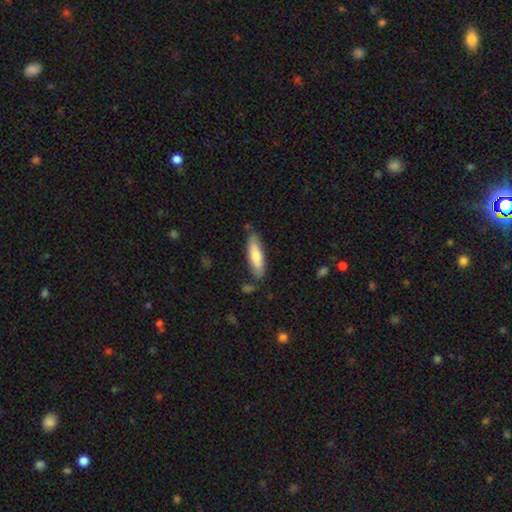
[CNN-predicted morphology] Smooth or featured?
  - smooth: 70% *
  - featured or disk: 25%
  - star or artifact: 6%
How rounded?
  - cigar-shaped: 63% *
  - in between: 36%
  - round: 2%
Merging?
  - none: 78% *
  - minor disturbance: 16%
  - merger: 3%
  - major disturbance: 3%